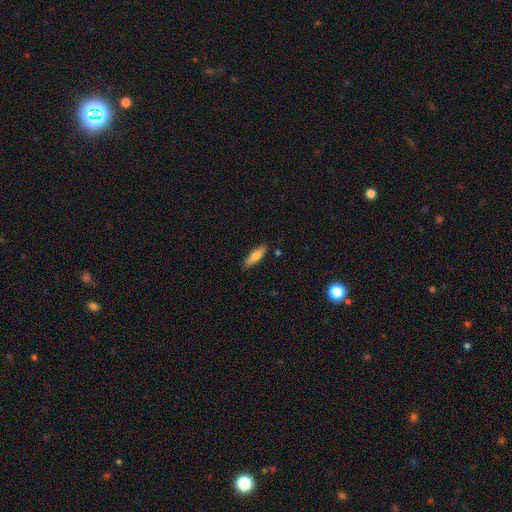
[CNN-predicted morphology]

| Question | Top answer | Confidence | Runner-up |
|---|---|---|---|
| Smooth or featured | smooth | 68% | featured or disk (26%) |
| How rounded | cigar-shaped | 62% | in between (36%) |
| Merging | none | 87% | minor disturbance (10%) |